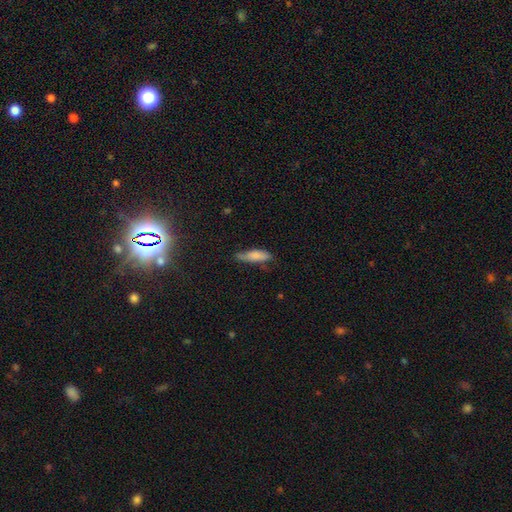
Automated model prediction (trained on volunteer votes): This is likely a smooth galaxy (79%). How rounded: possibly cigar-shaped (57%). Merging: possibly none (58%).